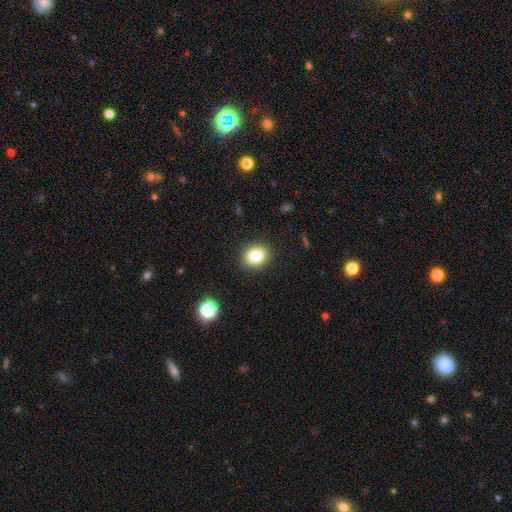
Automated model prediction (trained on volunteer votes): Smooth or featured?
  - smooth: 85% *
  - star or artifact: 10%
  - featured or disk: 5%
How rounded?
  - in between: 56% *
  - round: 43%
  - cigar-shaped: 1%
Merging?
  - none: 88% *
  - minor disturbance: 8%
  - major disturbance: 2%
  - merger: 1%